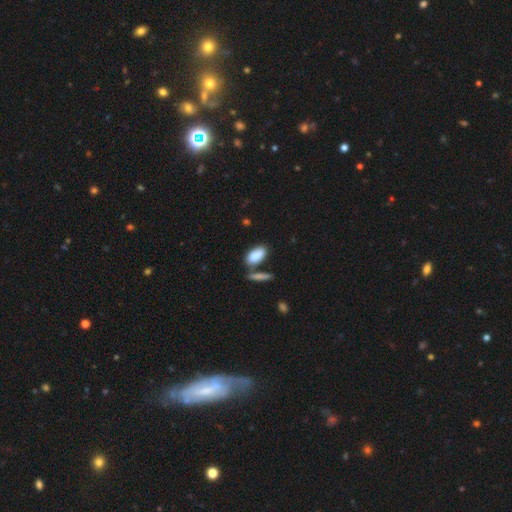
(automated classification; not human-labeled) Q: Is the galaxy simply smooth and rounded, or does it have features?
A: smooth — 86%.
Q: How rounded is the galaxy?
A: in between — 88%.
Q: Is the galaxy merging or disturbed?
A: none — 60%.